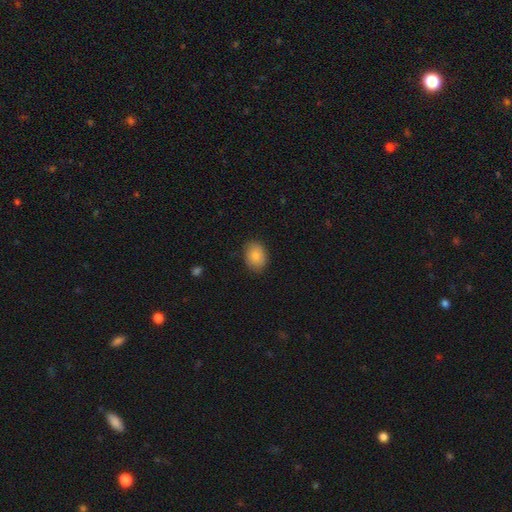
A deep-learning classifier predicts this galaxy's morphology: Smooth or featured?
  - smooth: 84% *
  - featured or disk: 8%
  - star or artifact: 7%
How rounded?
  - in between: 68% *
  - round: 32%
  - cigar-shaped: 1%
Merging?
  - none: 84% *
  - minor disturbance: 13%
  - major disturbance: 2%
  - merger: 1%